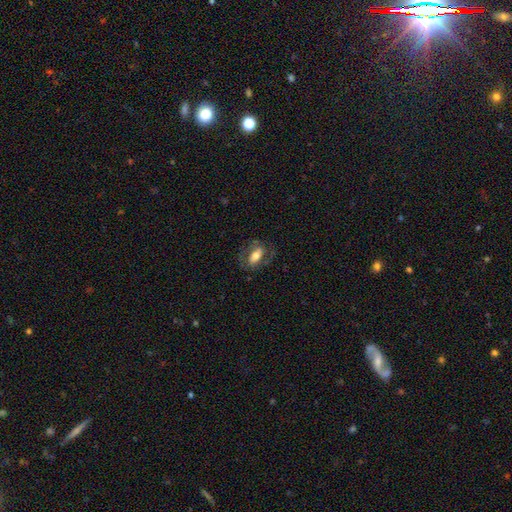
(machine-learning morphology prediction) The model was most divided on "smooth or featured": smooth: 55%, featured or disk: 38%, star or artifact: 7%. More confident: how rounded — in between (87%); merging — none (68%).